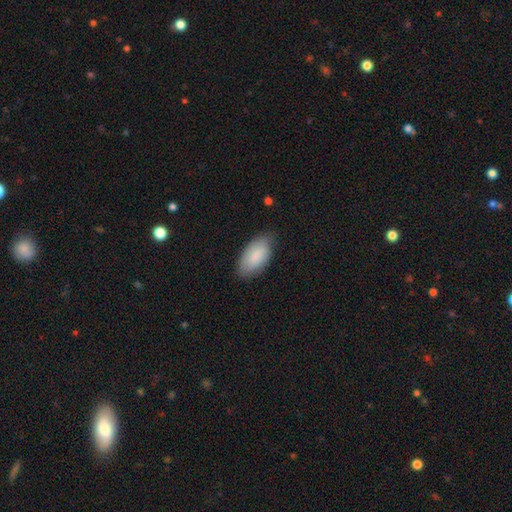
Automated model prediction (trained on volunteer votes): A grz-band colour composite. It shows a smooth galaxy with no disk features (83%) that is in between round and cigar-shaped (94%). Merging: none (74%).